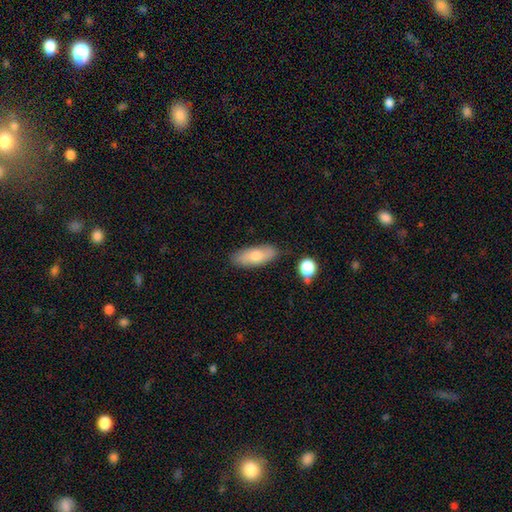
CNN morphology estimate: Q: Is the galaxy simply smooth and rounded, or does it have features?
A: smooth — 72%.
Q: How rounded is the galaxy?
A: in between — 75%.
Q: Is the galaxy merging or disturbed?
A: none — 81%.